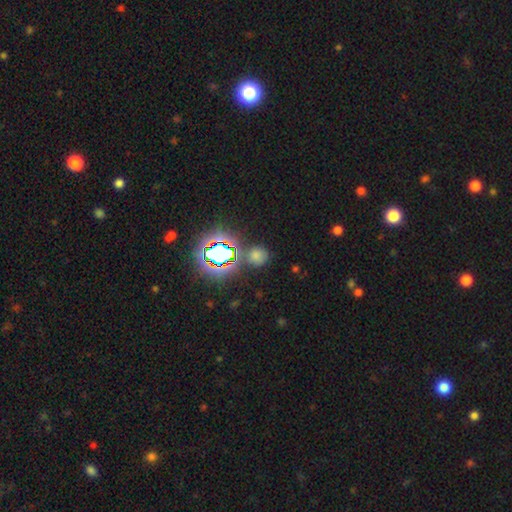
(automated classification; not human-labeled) smooth_or_featured: smooth (p=0.57) [alt: star or artifact p=0.35]
how_rounded: round (p=0.84) [alt: in between p=0.15]
merging: none (p=0.76) [alt: minor disturbance p=0.12]